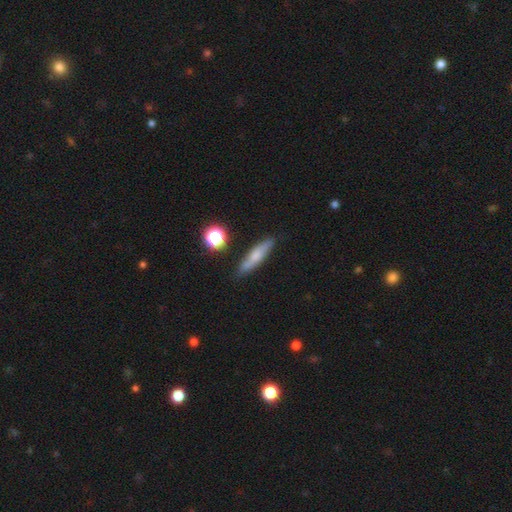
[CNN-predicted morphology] smooth_or_featured: smooth (p=0.60) [alt: featured or disk p=0.31]
how_rounded: cigar-shaped (p=0.78) [alt: in between p=0.18]
merging: none (p=0.81) [alt: minor disturbance p=0.13]